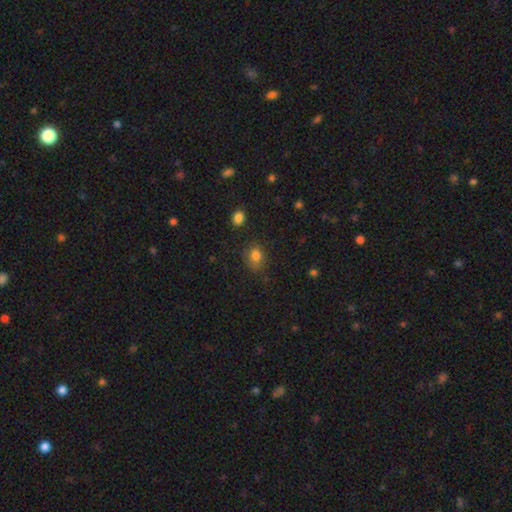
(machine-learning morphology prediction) This appears to be a smooth galaxy with no disk features (80%) that is in between round and cigar-shaped (51%). Merging: none (69%).